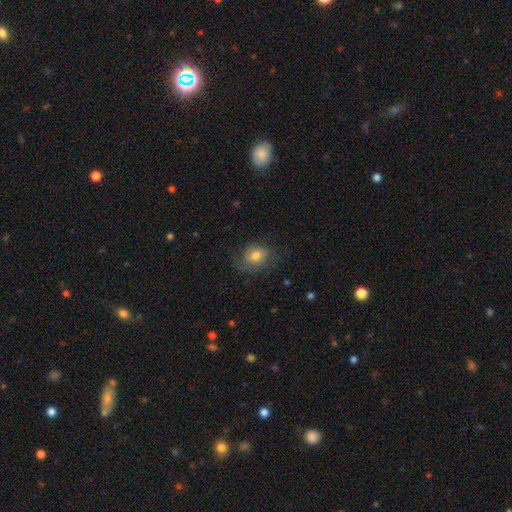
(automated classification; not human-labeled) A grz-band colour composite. It shows a smooth galaxy with no disk features (58%) that is in between round and cigar-shaped (50%). Merging: none (62%).